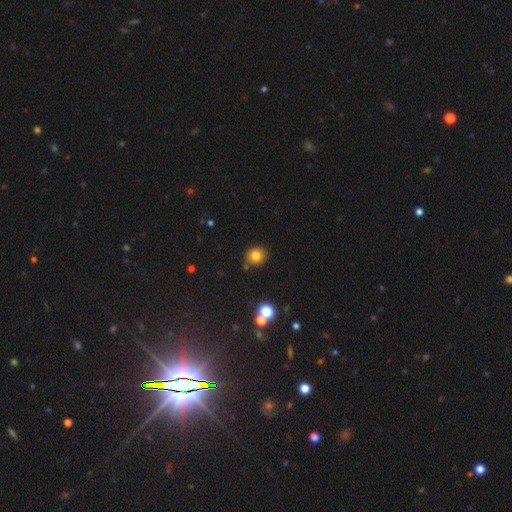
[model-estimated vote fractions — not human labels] This appears to be a smooth galaxy with no disk features (79%) that is round (85%). Merging: none (83%).